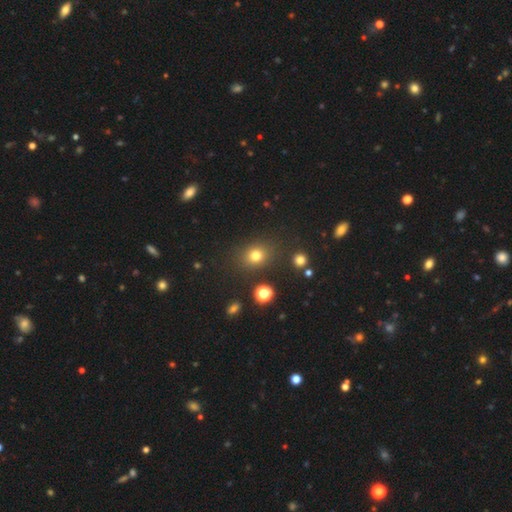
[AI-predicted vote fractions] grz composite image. It shows a smooth galaxy with no disk features (77%) that is round (66%). Merging: none (83%).